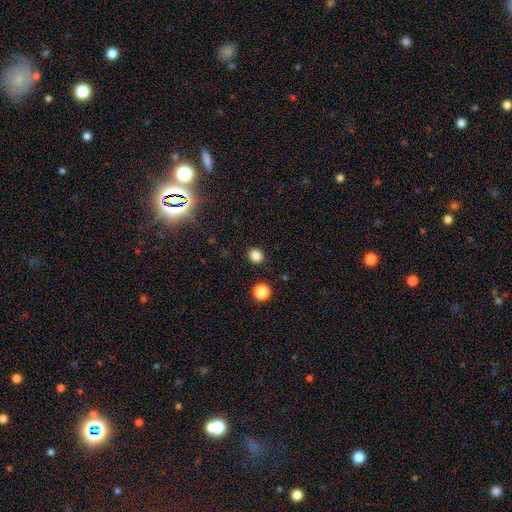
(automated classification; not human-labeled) Overall: smooth (83%). How rounded: round (75%). Merging: none (90%).